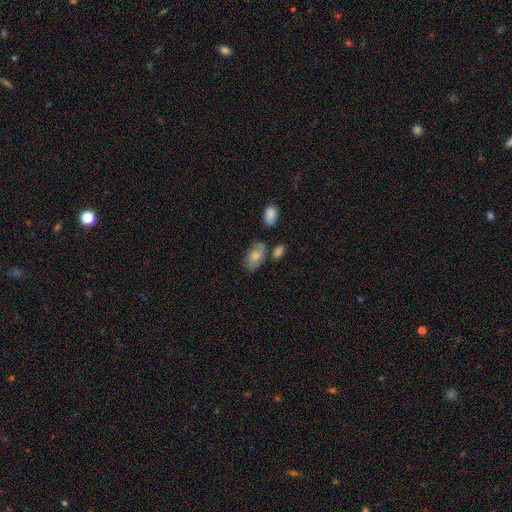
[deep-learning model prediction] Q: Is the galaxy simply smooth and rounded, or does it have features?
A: smooth — 68%.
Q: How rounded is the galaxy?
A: in between — 90%.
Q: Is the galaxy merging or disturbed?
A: none — 57%.